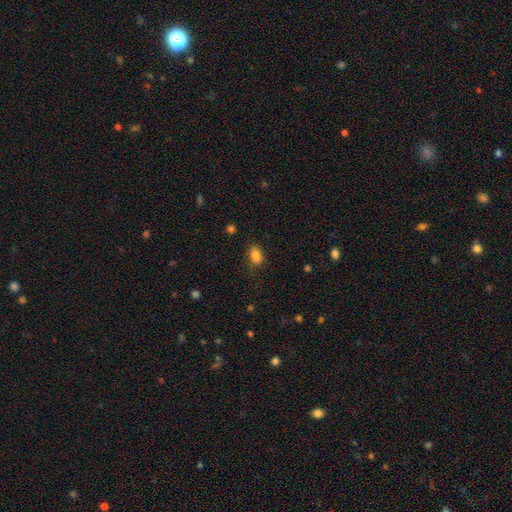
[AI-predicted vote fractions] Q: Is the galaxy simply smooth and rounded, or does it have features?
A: smooth — 85%.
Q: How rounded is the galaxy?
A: in between — 82%.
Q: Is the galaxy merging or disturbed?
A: none — 79%.